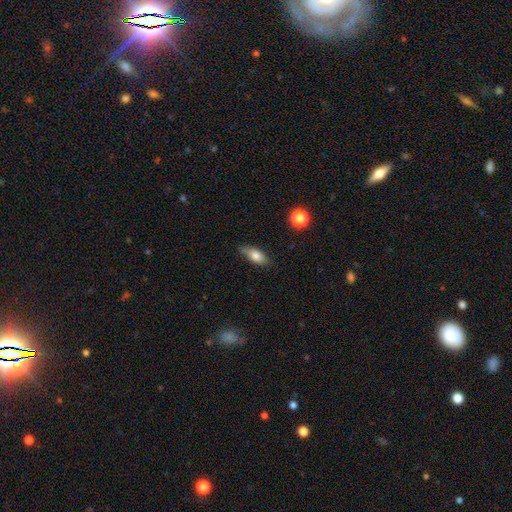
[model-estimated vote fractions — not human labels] This appears to be a smooth galaxy with no disk features (78%) that is in between round and cigar-shaped (81%). Merging: none (67%).